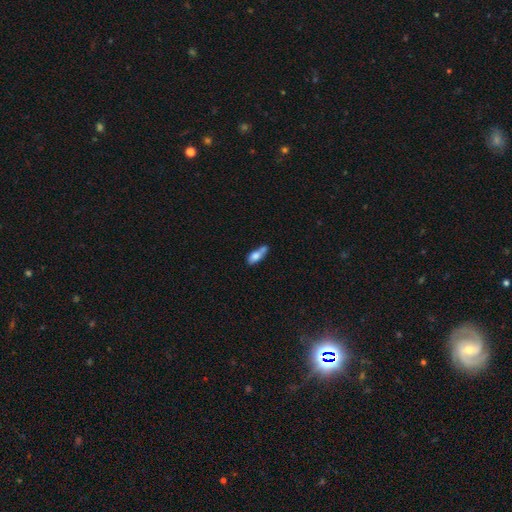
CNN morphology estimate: Overall: smooth (74%). How rounded: in between (76%). Merging: merger (36%; none 34%).